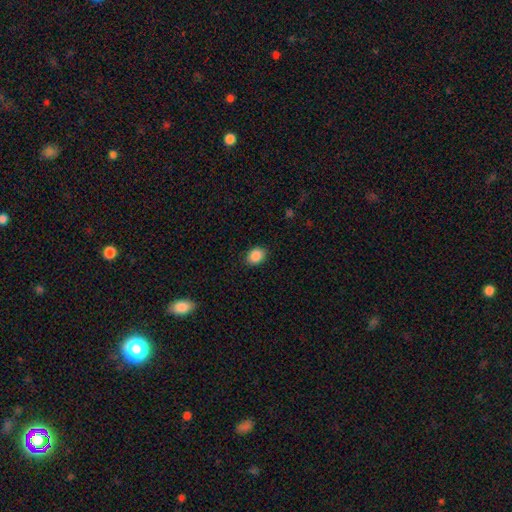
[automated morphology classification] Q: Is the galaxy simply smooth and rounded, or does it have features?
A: smooth — 88%.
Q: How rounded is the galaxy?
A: in between — 56%.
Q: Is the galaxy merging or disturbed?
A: none — 88%.